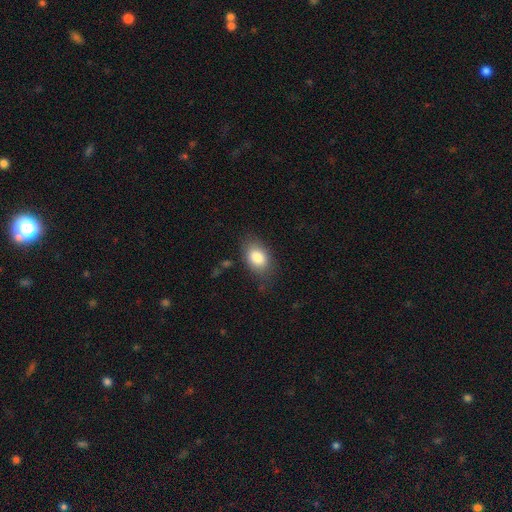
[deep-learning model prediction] smooth-or-featured: smooth: 83% | featured or disk: 9% | star or artifact: 8%
  how-rounded: in between: 86% | round: 13% | cigar-shaped: 2%
  merging: none: 75% | minor disturbance: 18% | major disturbance: 5% | merger: 2%